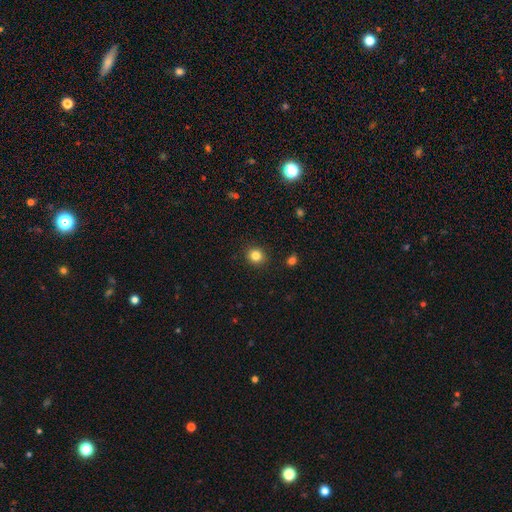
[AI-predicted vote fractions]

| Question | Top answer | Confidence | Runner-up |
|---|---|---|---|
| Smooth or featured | smooth | 83% | star or artifact (12%) |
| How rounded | round | 86% | in between (13%) |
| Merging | none | 91% | minor disturbance (6%) |